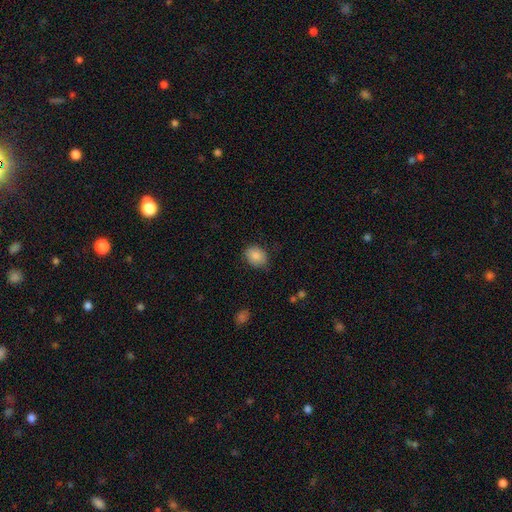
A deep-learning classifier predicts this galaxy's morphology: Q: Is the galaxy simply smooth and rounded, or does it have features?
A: smooth — 86%.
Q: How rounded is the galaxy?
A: in between — 59%.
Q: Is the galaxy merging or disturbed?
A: none — 77%.